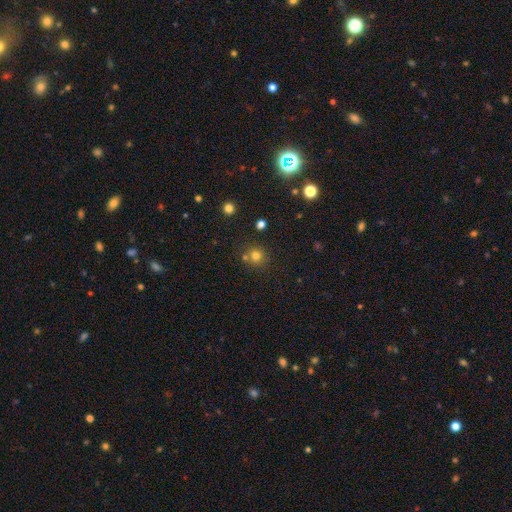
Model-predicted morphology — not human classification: Smooth or featured? smooth (75%)
How rounded? round (89%)
Merging? none (69%)